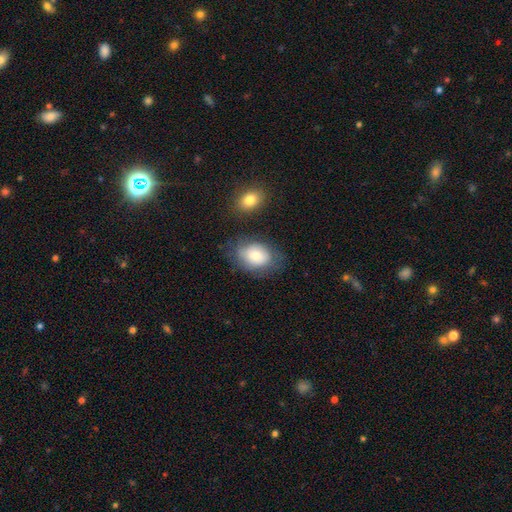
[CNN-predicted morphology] This is likely a smooth galaxy (75%). How rounded: likely in between (78%). Merging: likely none (64%).